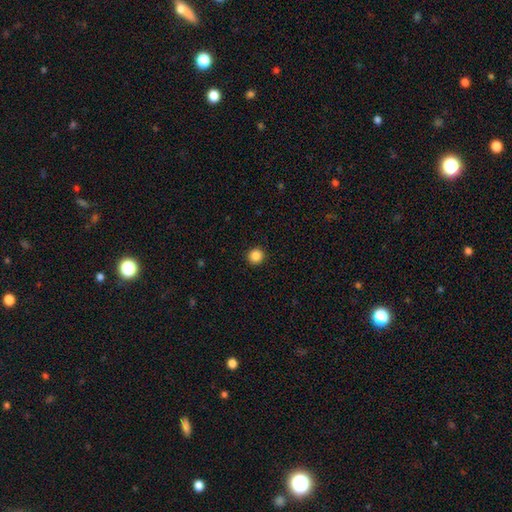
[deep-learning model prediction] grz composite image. It shows a smooth galaxy with no disk features (86%) that is round (94%). Merging: none (93%).